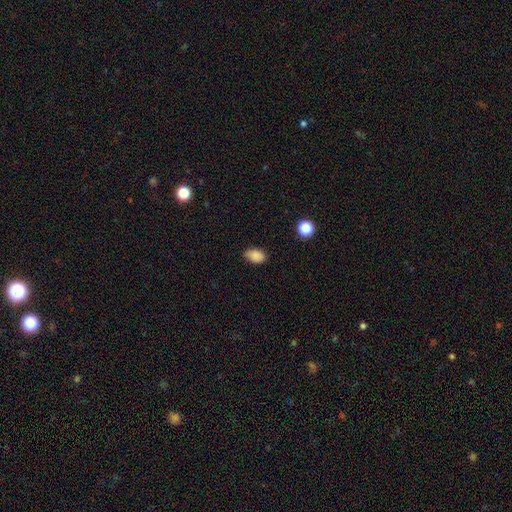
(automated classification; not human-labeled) This is clearly a smooth galaxy (85%). How rounded: clearly in between (84%). Merging: likely none (74%).